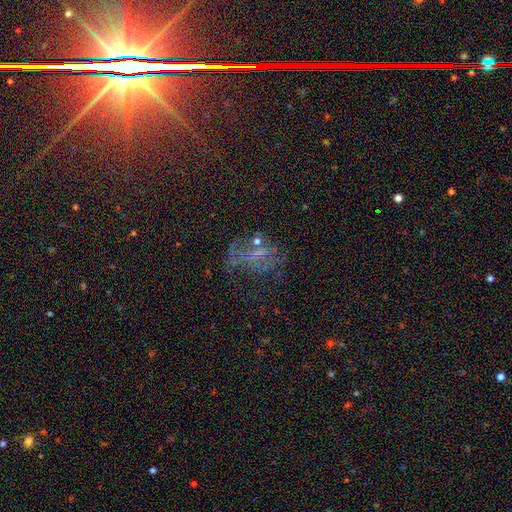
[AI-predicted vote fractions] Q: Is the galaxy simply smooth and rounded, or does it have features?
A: star or artifact — 44%.